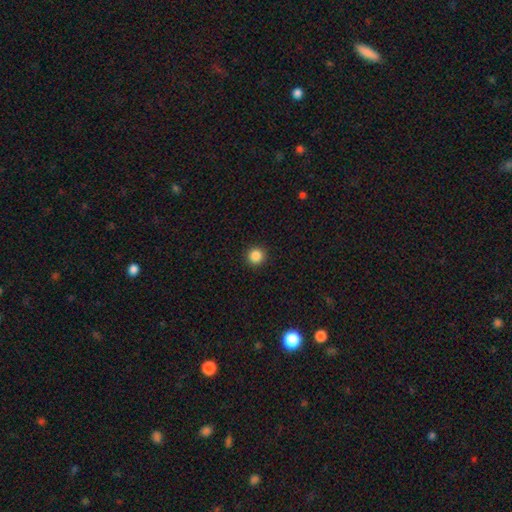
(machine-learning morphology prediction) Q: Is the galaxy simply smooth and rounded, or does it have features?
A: smooth — 86%.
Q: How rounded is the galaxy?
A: round — 95%.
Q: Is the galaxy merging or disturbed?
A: none — 93%.